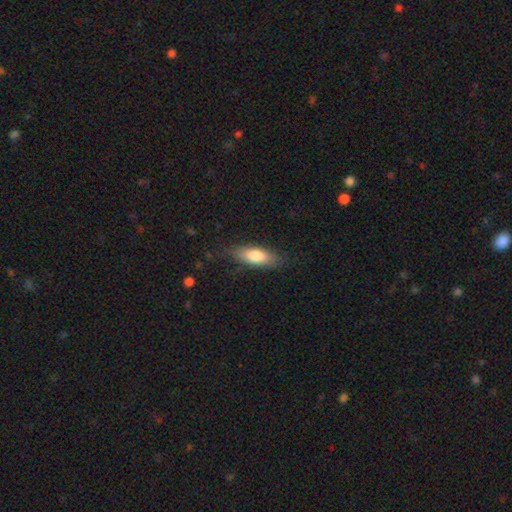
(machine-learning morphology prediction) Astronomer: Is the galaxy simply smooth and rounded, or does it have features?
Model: smooth — 77%.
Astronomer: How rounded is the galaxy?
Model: in between — 65%.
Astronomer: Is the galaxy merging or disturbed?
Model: none — 78%.